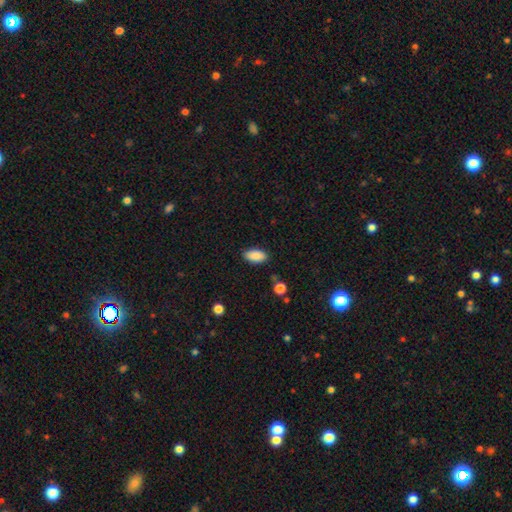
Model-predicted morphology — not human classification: smooth_or_featured: smooth (p=0.88) [alt: star or artifact p=0.07]
how_rounded: in between (p=0.94) [alt: round p=0.04]
merging: none (p=0.85) [alt: minor disturbance p=0.11]